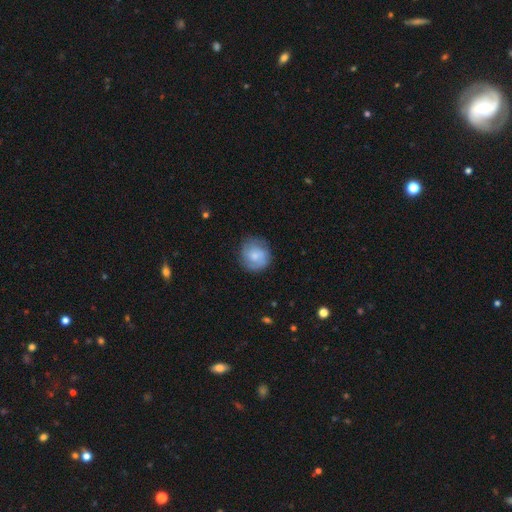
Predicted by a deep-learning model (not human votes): Smooth or featured? Predicted: smooth (p=0.61). How rounded? Predicted: round (p=0.88). Merging? Predicted: none (p=0.76).